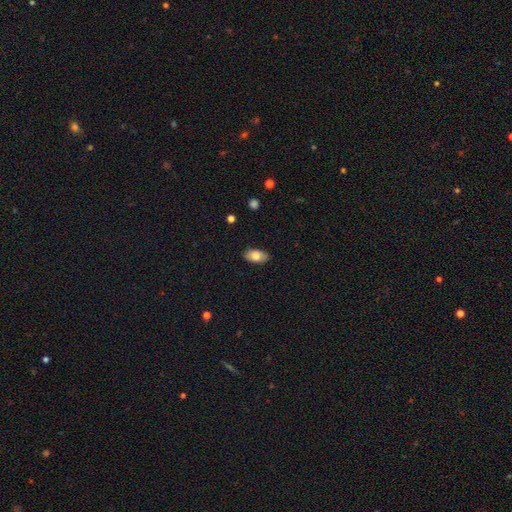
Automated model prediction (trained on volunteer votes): A smooth galaxy with no disk features (81%) that is in between round and cigar-shaped (94%). Merging: none (87%).